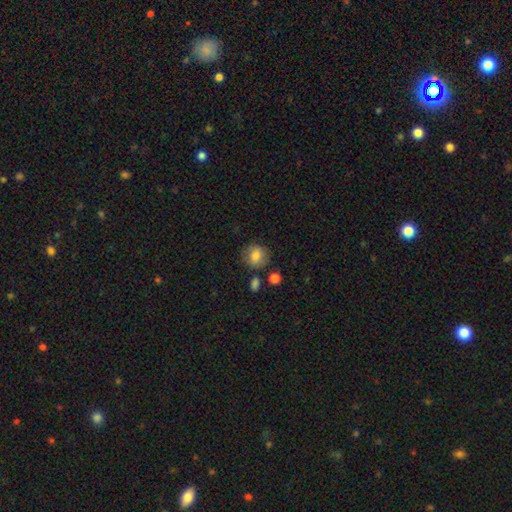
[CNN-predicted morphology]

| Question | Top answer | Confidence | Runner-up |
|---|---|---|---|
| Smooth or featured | smooth | 79% | featured or disk (12%) |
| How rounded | round | 80% | in between (19%) |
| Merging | none | 76% | minor disturbance (14%) |